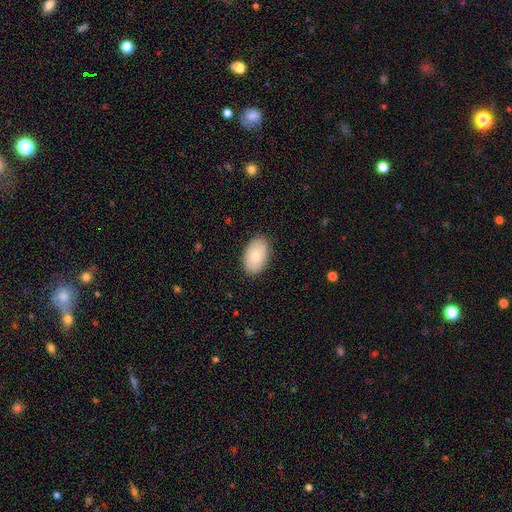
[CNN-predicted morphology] smooth 83%, featured or disk 11%, star or artifact 6%. Down the decision tree: how rounded — in between (93%); merging — none (87%).